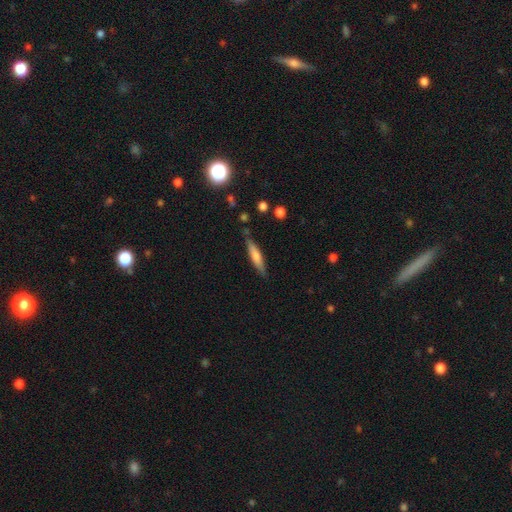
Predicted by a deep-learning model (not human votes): This is likely a smooth galaxy (61%). How rounded: clearly cigar-shaped (86%). Merging: clearly none (83%).